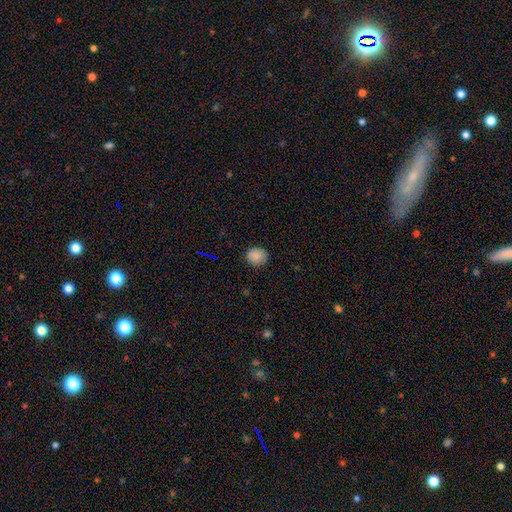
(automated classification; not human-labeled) Morphology: type=smooth (86%); roundness=round (75%); merging=none (83%).